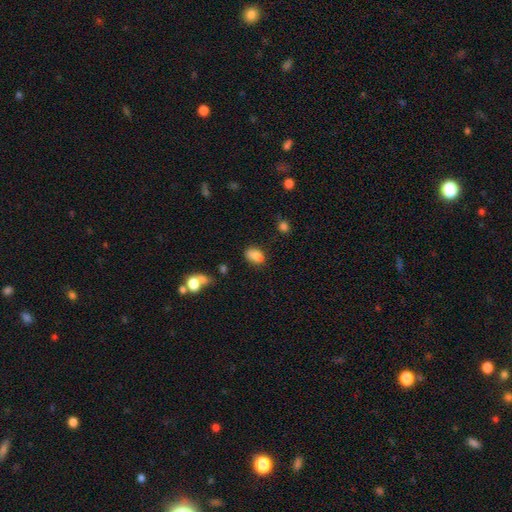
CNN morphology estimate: Smooth or featured? Predicted: smooth (p=0.83). How rounded? Predicted: in between (p=0.85). Merging? Predicted: none (p=0.68).